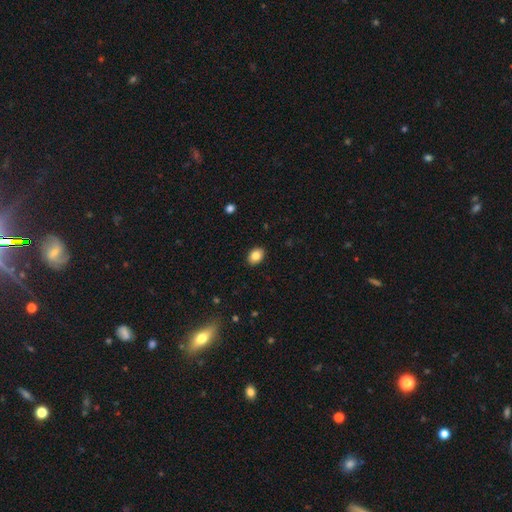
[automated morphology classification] Q: Smooth or featured?
A: smooth (84%); runner-up: star or artifact (8%)
Q: How rounded?
A: in between (77%); runner-up: round (22%)
Q: Merging?
A: none (90%); runner-up: minor disturbance (8%)